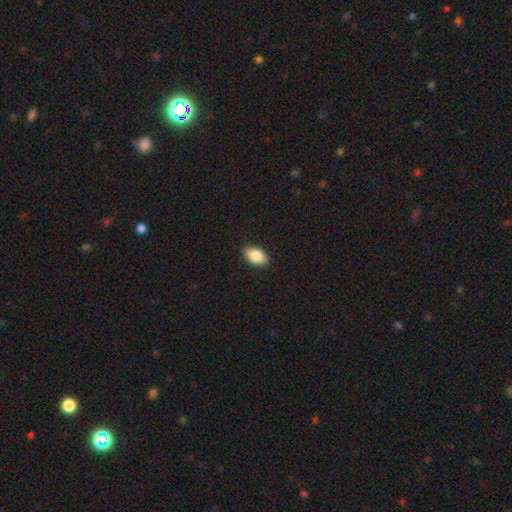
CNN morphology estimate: smooth 86%, featured or disk 7%, star or artifact 7%. Down the decision tree: how rounded — in between (92%); merging — none (89%).